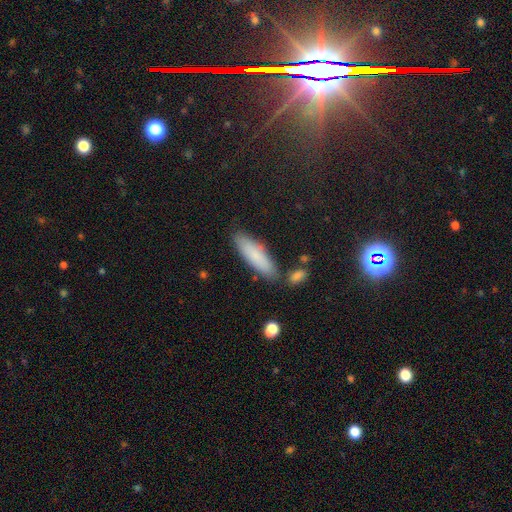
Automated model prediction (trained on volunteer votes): Smooth or featured?
  - smooth: 80% *
  - featured or disk: 13%
  - star or artifact: 8%
How rounded?
  - cigar-shaped: 61% *
  - in between: 37%
  - round: 2%
Merging?
  - none: 81% *
  - minor disturbance: 12%
  - merger: 5%
  - major disturbance: 3%